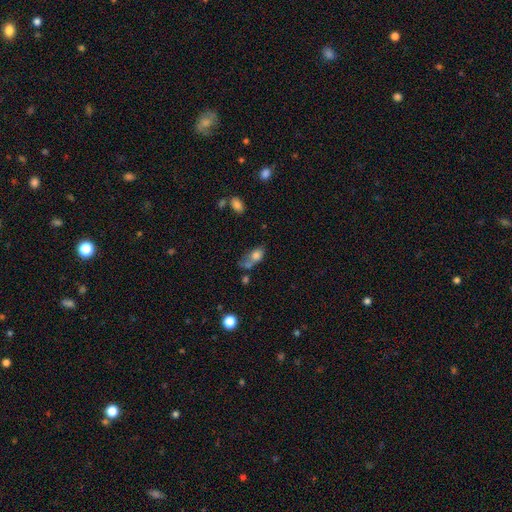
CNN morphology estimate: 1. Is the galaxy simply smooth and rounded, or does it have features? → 74% smooth, 15% featured or disk, 11% star or artifact.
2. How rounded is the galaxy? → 77% in between, 19% round, 5% cigar-shaped.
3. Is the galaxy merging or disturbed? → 32% merger, 27% none, 22% minor disturbance, 19% major disturbance.